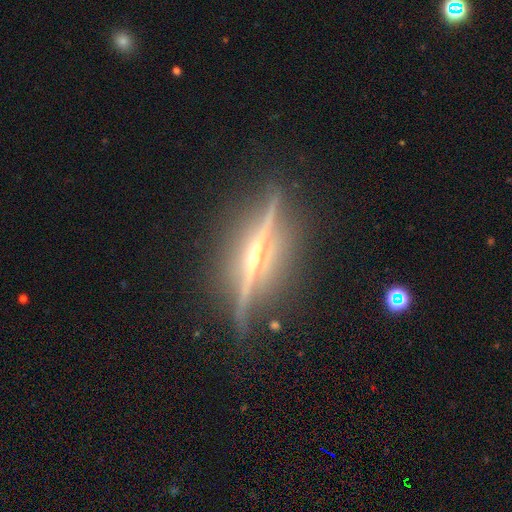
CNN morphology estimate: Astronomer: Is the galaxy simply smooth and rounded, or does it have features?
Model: featured or disk — 87%.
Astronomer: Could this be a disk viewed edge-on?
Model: yes — 96%.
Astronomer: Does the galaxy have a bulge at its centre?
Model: rounded — 75%.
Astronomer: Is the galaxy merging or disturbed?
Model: none — 83%.